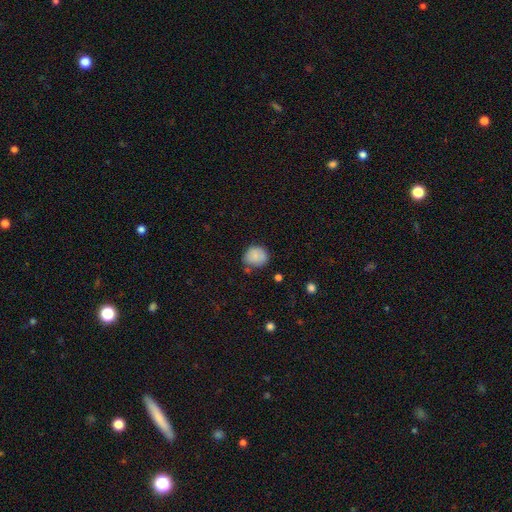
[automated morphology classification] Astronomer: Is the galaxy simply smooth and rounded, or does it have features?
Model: smooth — 83%.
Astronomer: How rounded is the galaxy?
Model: round — 67%.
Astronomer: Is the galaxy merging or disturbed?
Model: none — 65%.